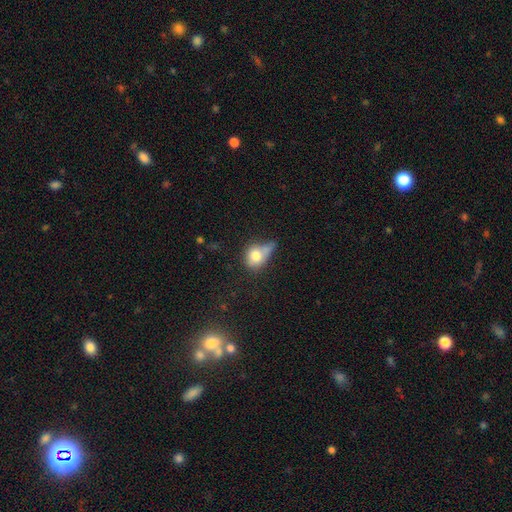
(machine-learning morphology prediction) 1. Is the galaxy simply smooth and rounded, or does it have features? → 74% smooth, 16% featured or disk, 10% star or artifact.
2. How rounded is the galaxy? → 49% in between (tied), 49% round (tied), 3% cigar-shaped.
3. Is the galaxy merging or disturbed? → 27% minor disturbance (tied), 27% none (tied), 25% merger, 21% major disturbance.